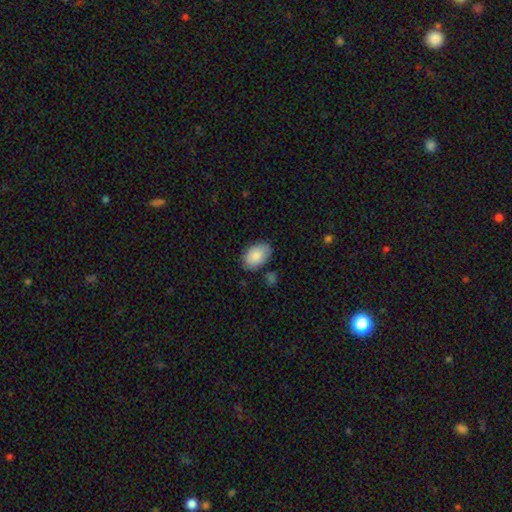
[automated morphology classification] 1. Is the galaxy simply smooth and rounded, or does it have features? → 87% smooth, 7% featured or disk, 6% star or artifact.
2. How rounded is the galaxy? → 91% in between, 8% round, 1% cigar-shaped.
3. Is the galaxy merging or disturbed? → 80% none, 14% minor disturbance, 3% merger, 3% major disturbance.